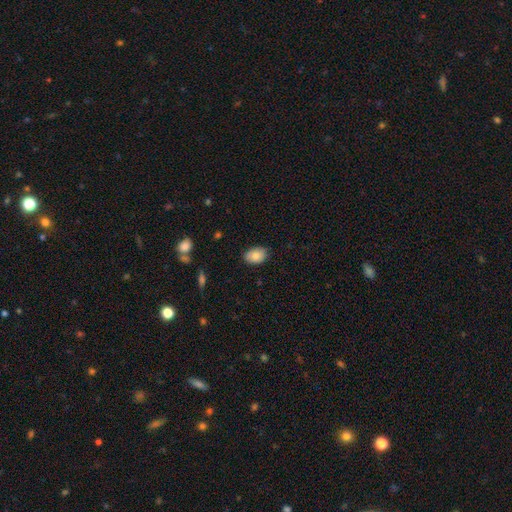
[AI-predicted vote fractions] smooth-or-featured: smooth: 85% | featured or disk: 8% | star or artifact: 7%
  how-rounded: in between: 85% | round: 14% | cigar-shaped: 1%
  merging: none: 84% | minor disturbance: 13% | major disturbance: 2% | merger: 1%